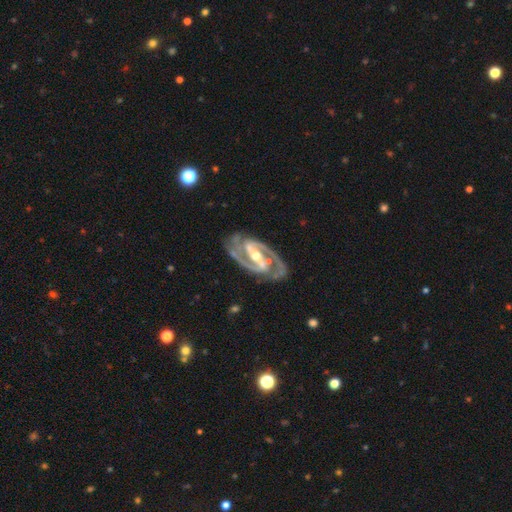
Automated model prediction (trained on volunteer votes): Smooth or featured? featured or disk (94%)
Edge-on disk? no (97%)
Bar? strong (74%)
Spiral arms? yes (99%)
Spiral winding? medium (56%)
Spiral arm count? 2 (93%)
Bulge size? moderate (54%)
Merging? none (81%)